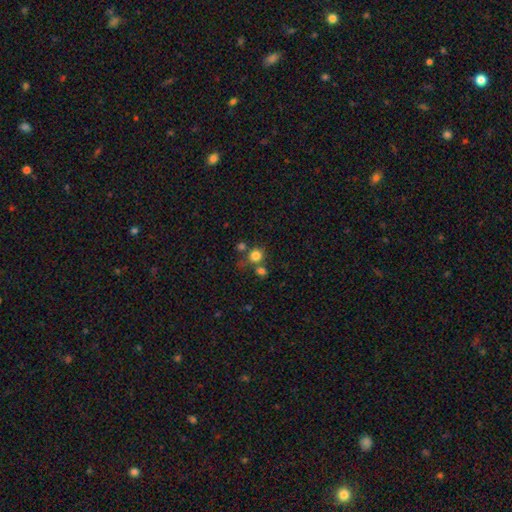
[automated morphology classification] smooth-or-featured: smooth: 80% | star or artifact: 14% | featured or disk: 7%
  how-rounded: round: 88% | in between: 11% | cigar-shaped: 1%
  merging: none: 62% | merger: 24% | minor disturbance: 10% | major disturbance: 5%